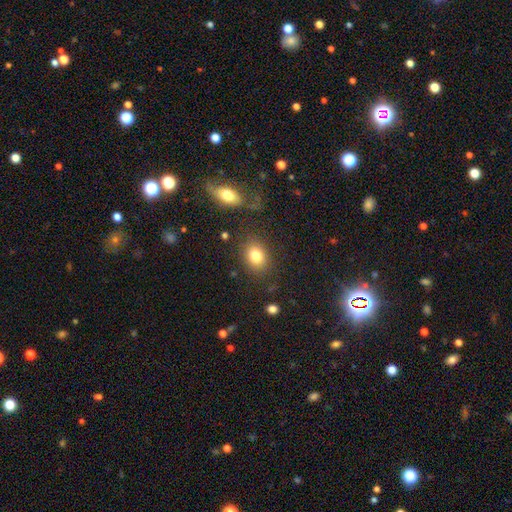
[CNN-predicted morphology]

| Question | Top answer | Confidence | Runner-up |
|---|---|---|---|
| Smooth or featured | smooth | 81% | star or artifact (10%) |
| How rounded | in between | 54% | round (45%) |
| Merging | none | 82% | minor disturbance (11%) |